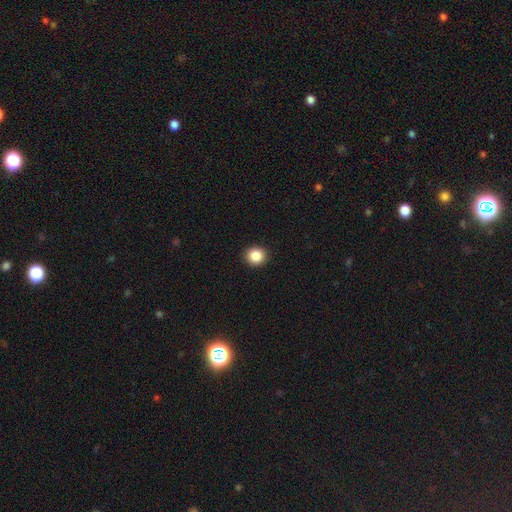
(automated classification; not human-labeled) The model was most divided on "smooth or featured": smooth: 87%, star or artifact: 10%, featured or disk: 4%. More confident: merging — none (93%); how rounded — round (89%).